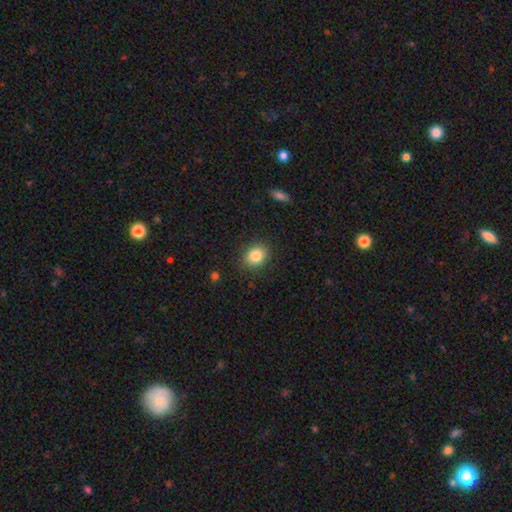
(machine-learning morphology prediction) Q: Smooth or featured?
A: smooth (84%); runner-up: star or artifact (9%)
Q: How rounded?
A: round (53%); runner-up: in between (46%)
Q: Merging?
A: none (86%); runner-up: minor disturbance (10%)